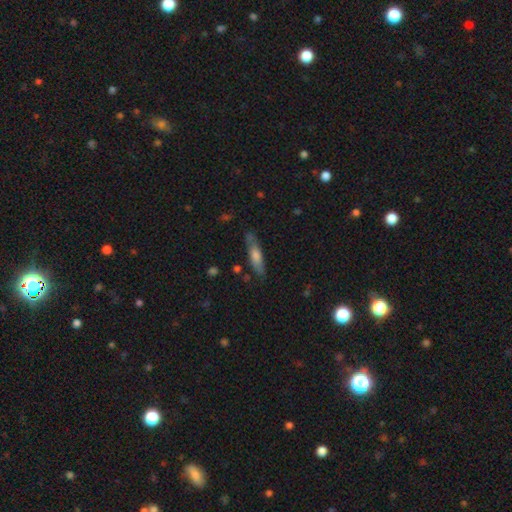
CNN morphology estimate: smooth_or_featured: smooth (p=0.56) [alt: featured or disk p=0.36]
how_rounded: cigar-shaped (p=0.70) [alt: in between p=0.28]
merging: none (p=0.77) [alt: minor disturbance p=0.17]